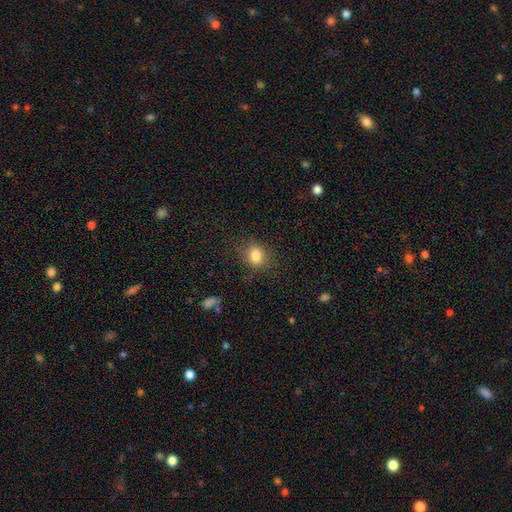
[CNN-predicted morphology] smooth_or_featured: smooth (p=0.81) [alt: star or artifact p=0.11]
how_rounded: round (p=0.57) [alt: in between p=0.42]
merging: none (p=0.79) [alt: minor disturbance p=0.15]